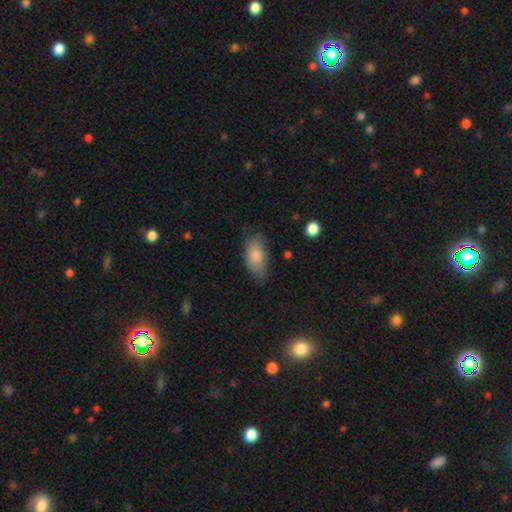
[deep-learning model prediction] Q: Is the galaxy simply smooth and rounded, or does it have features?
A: smooth — 81%.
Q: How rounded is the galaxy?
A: in between — 91%.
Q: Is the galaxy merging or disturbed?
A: none — 69%.